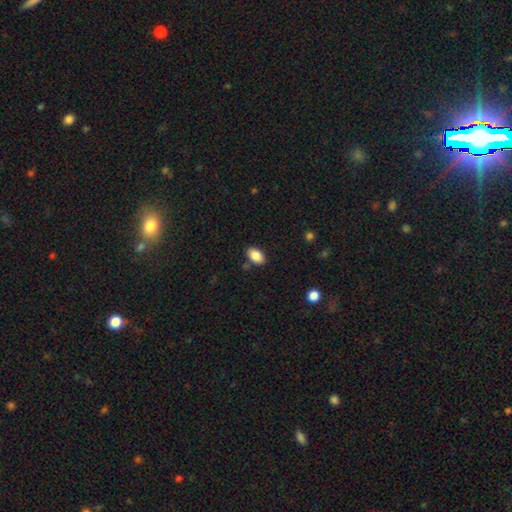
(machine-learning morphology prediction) smooth-or-featured: smooth: 86% | star or artifact: 8% | featured or disk: 6%
  how-rounded: in between: 91% | round: 7% | cigar-shaped: 2%
  merging: none: 83% | minor disturbance: 11% | merger: 4% | major disturbance: 3%